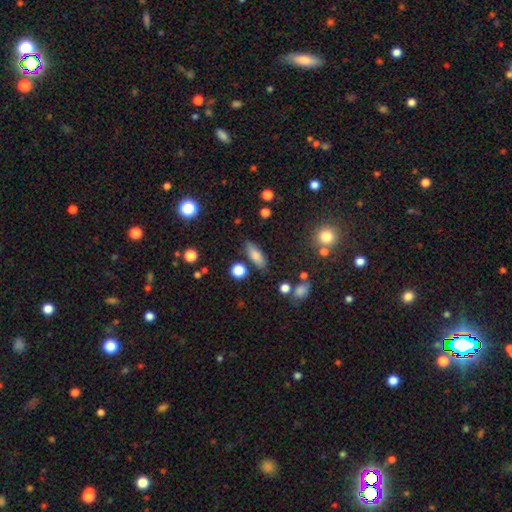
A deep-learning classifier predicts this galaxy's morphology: The model was most divided on "how rounded": in between: 67%, cigar-shaped: 29%, round: 4%. More confident: smooth or featured — smooth (82%); merging — none (81%).